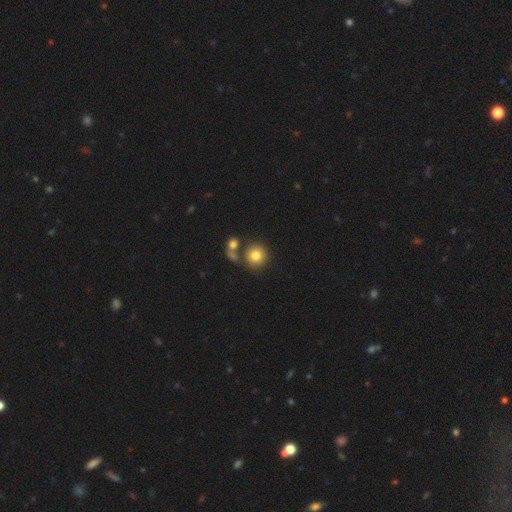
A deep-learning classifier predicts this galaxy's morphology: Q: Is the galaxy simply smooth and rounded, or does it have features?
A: smooth — 78%.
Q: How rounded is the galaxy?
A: round — 90%.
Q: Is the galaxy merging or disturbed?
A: none — 62%.